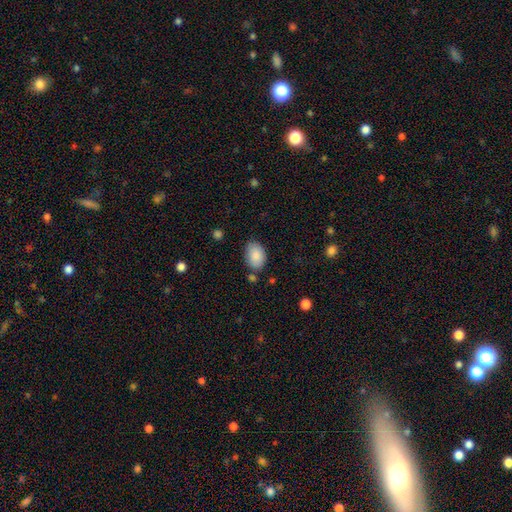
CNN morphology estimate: smooth 88%, star or artifact 7%, featured or disk 6%. Down the decision tree: how rounded — in between (86%); merging — none (72%).